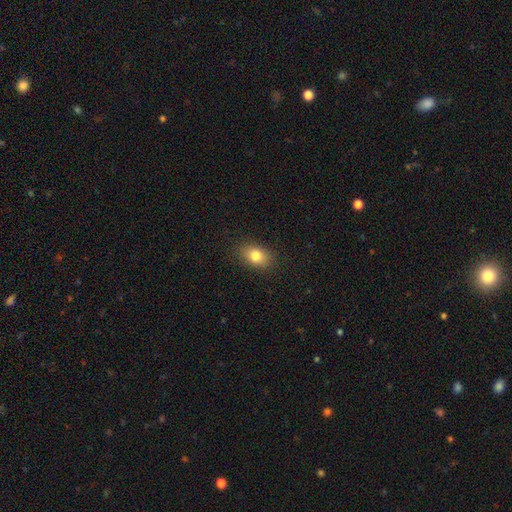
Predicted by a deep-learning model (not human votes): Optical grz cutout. It shows a smooth galaxy with no disk features (82%) that is in between round and cigar-shaped (79%). Merging: none (87%).